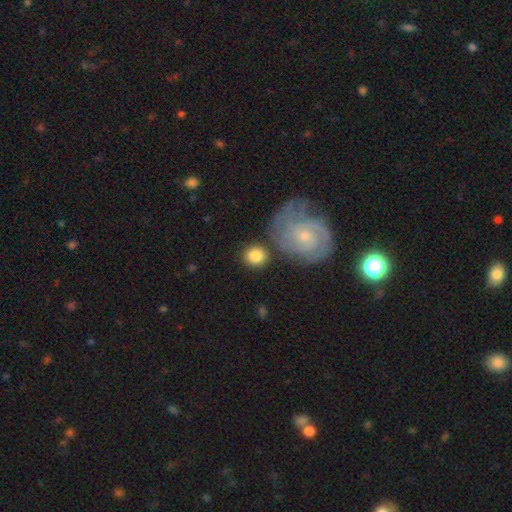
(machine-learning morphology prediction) smooth_or_featured: smooth (p=0.77) [alt: featured or disk p=0.17]
how_rounded: round (p=0.81) [alt: in between p=0.18]
merging: none (p=0.77) [alt: minor disturbance p=0.11]